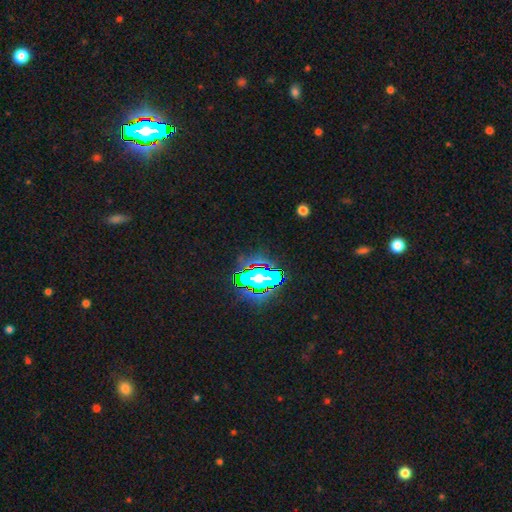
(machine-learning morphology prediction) The model was most divided on "smooth or featured": star or artifact: 83%, smooth: 10%, featured or disk: 7%.